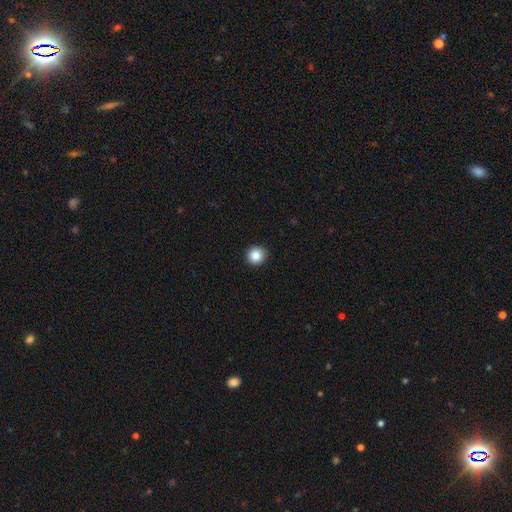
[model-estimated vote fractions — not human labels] A smooth galaxy with no disk features (85%) that is round (90%).

Vote fractions:
- Smooth or featured? smooth: 85% / star or artifact: 10% / featured or disk: 5%
- How rounded? round: 90% / in between: 9% / cigar-shaped: 1%
- Merging? none: 92% / minor disturbance: 5% / major disturbance: 1% / merger: 1%